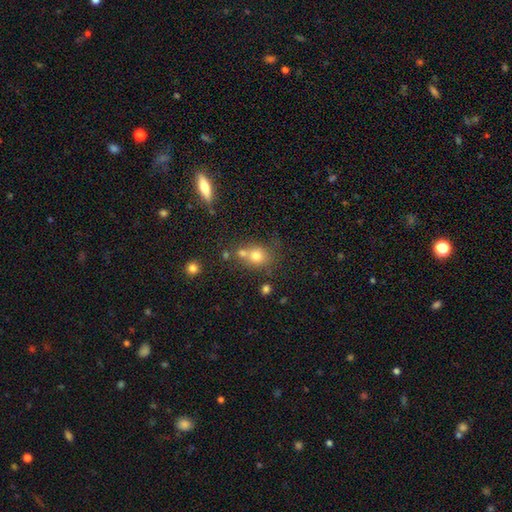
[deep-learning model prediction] smooth 72%, star or artifact 14%, featured or disk 13%. Down the decision tree: how rounded — round (70%); merging — none (48%).